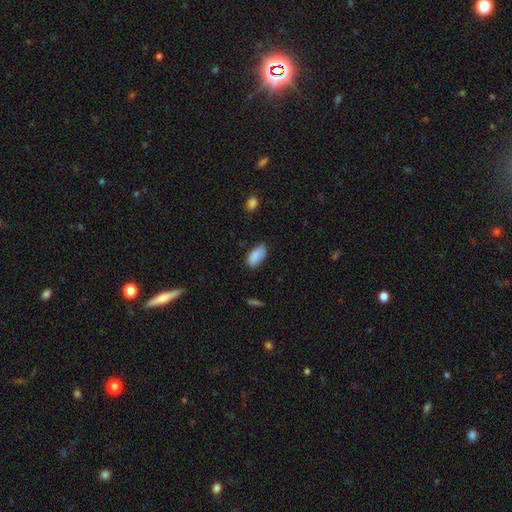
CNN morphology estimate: smooth-or-featured: smooth: 88% | star or artifact: 7% | featured or disk: 5%
  how-rounded: in between: 93% | cigar-shaped: 4% | round: 3%
  merging: none: 71% | minor disturbance: 23% | major disturbance: 4% | merger: 2%